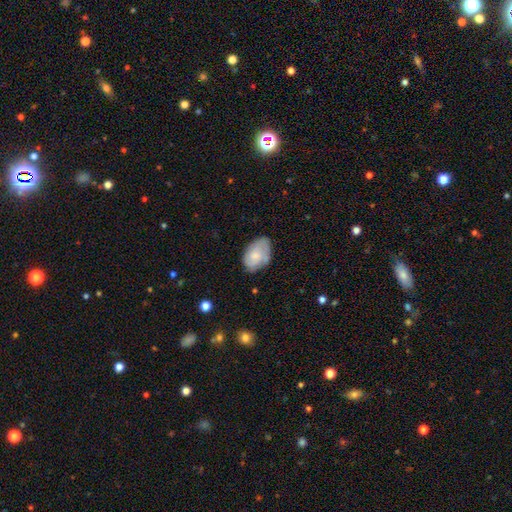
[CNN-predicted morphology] Overall: smooth (56%; featured or disk 38%). How rounded: in between (88%). Merging: none (61%; minor disturbance 29%).